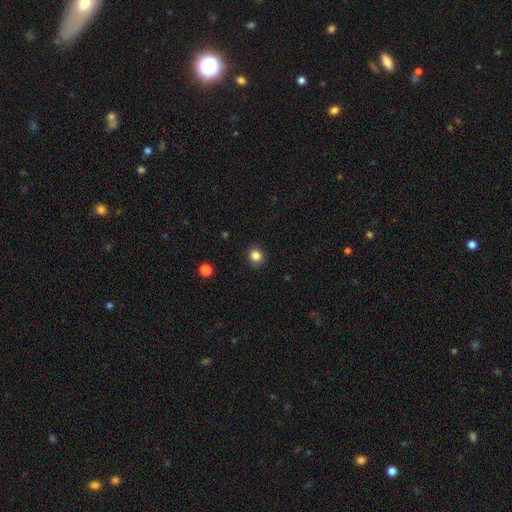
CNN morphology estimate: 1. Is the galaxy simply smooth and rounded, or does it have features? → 84% smooth, 12% star or artifact, 5% featured or disk.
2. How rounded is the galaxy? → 84% round, 15% in between, 1% cigar-shaped.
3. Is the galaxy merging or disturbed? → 90% none, 7% minor disturbance, 2% major disturbance, 1% merger.